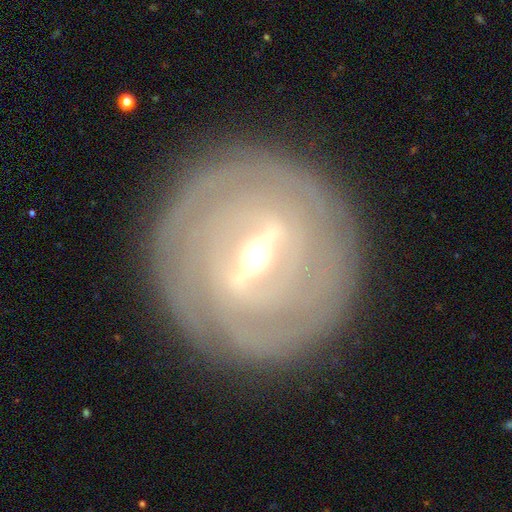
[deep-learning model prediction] Smooth or featured?
  - featured or disk: 86% *
  - smooth: 9%
  - star or artifact: 5%
Edge-on disk?
  - no: 88% *
  - yes: 12%
Bar?
  - strong: 66% *
  - weak: 28%
  - no: 7%
Spiral arms?
  - yes: 83% *
  - no: 17%
Spiral winding?
  - tight: 84% *
  - medium: 12%
  - loose: 4%
Spiral arm count?
  - can't tell: 47% *
  - 2: 17%
  - 3: 11%
  - 4: 11%
  - more than 4: 9%
  - 1: 6%
Bulge size?
  - moderate: 60% *
  - small: 34%
  - large: 4%
  - dominant: 1%
  - none: 1%
Merging?
  - none: 86% *
  - minor disturbance: 9%
  - major disturbance: 3%
  - merger: 1%